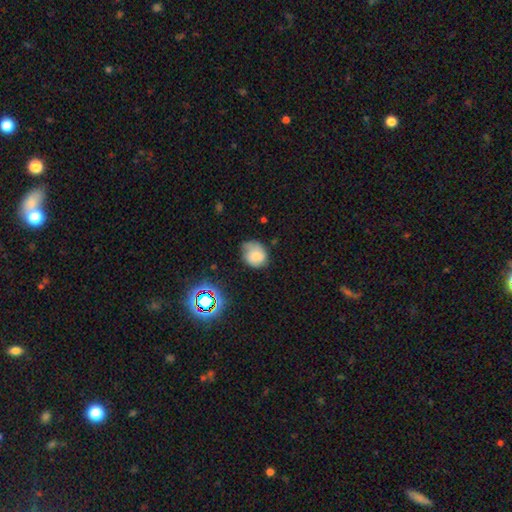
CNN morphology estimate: Overall: smooth (68%). How rounded: round (55%; in between 44%). Merging: none (51%; minor disturbance 36%).